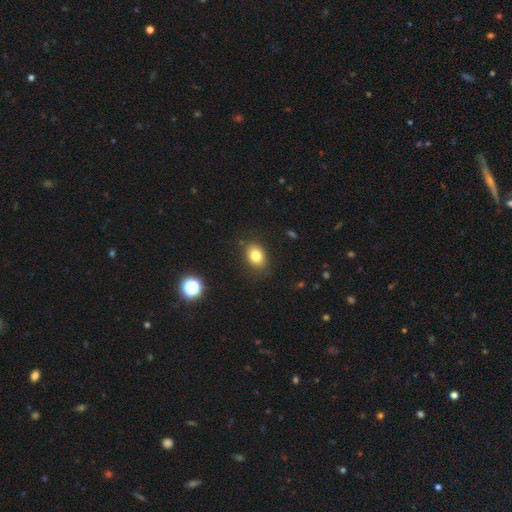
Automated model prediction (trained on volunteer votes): Smooth or featured?
  - smooth: 80% *
  - star or artifact: 11%
  - featured or disk: 9%
How rounded?
  - in between: 70% *
  - round: 29%
  - cigar-shaped: 1%
Merging?
  - none: 84% *
  - minor disturbance: 12%
  - major disturbance: 3%
  - merger: 1%